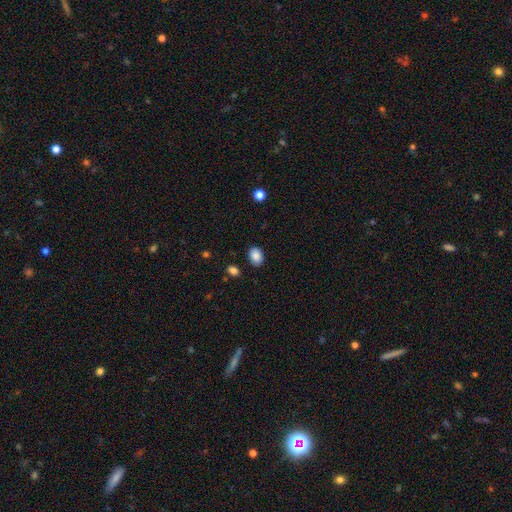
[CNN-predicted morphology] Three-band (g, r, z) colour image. It shows a smooth galaxy with no disk features (87%) that is in between round and cigar-shaped (76%). Merging: none (85%).